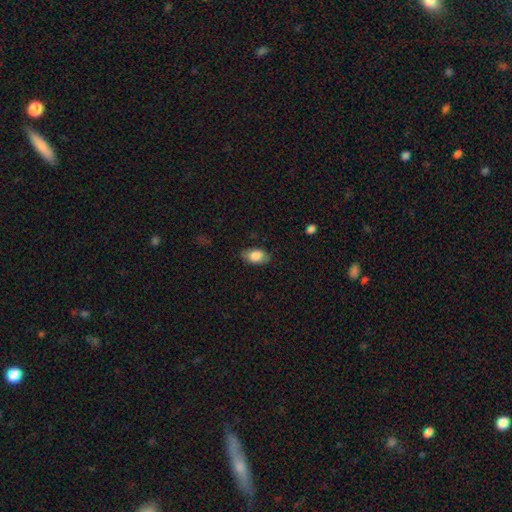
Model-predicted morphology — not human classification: type=smooth (81%); roundness=in between (91%); merging=none (81%).